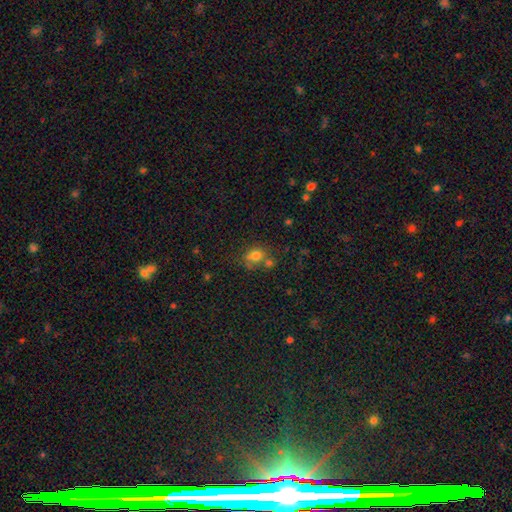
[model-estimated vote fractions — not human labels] Smooth or featured? smooth (74%)
How rounded? round (66%)
Merging? none (51%)